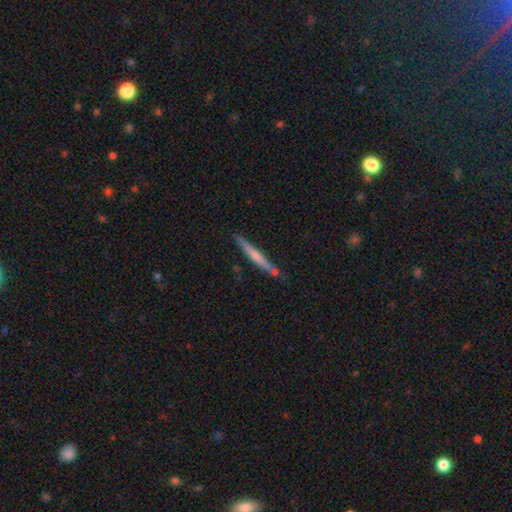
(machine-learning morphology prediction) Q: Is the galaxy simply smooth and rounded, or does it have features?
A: smooth — 52%.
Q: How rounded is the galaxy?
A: cigar-shaped — 96%.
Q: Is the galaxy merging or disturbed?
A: none — 77%.